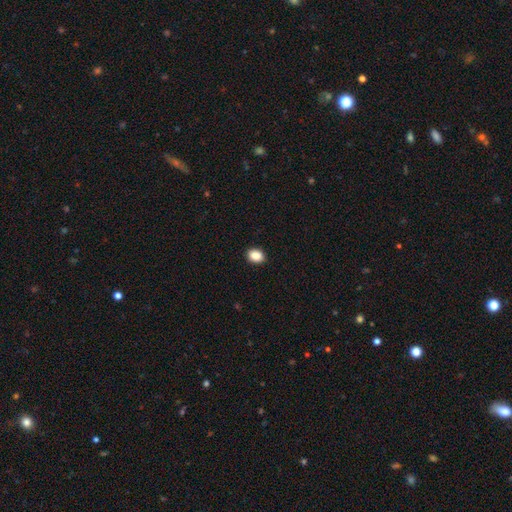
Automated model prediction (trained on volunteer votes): Morphology: type=smooth (89%); roundness=in between (67%); merging=none (90%).